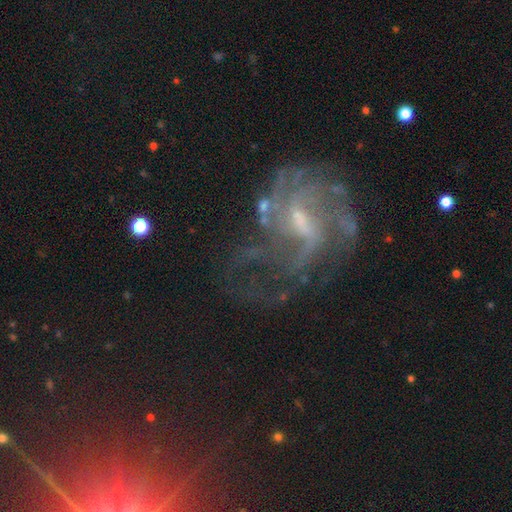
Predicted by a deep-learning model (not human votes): The model was most divided on "spiral winding": medium: 41%, loose: 34%, tight: 25%. Remaining: edge-on disk — no (97%); spiral arms — yes (84%); smooth or featured — featured or disk (72%); bulge size — small (54%); bar — weak (52%); merging — none (50%); spiral arm count — can't tell (41%).